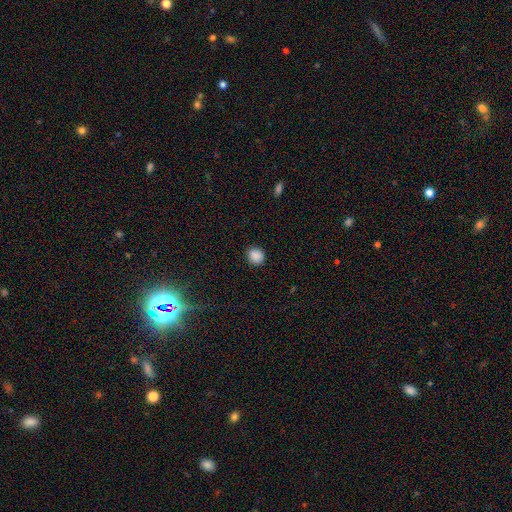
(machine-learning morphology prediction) Q: Smooth or featured?
A: smooth (88%); runner-up: star or artifact (9%)
Q: How rounded?
A: round (80%); runner-up: in between (19%)
Q: Merging?
A: none (89%); runner-up: minor disturbance (7%)